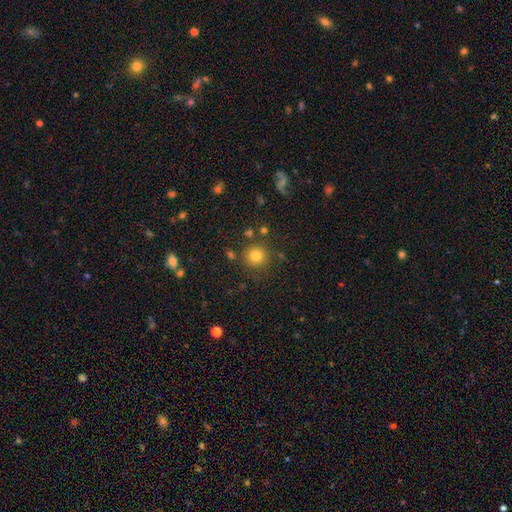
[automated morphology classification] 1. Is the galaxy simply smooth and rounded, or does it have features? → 80% smooth, 14% star or artifact, 6% featured or disk.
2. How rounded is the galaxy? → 93% round, 6% in between, 1% cigar-shaped.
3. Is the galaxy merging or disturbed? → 83% none, 9% minor disturbance, 5% merger, 4% major disturbance.